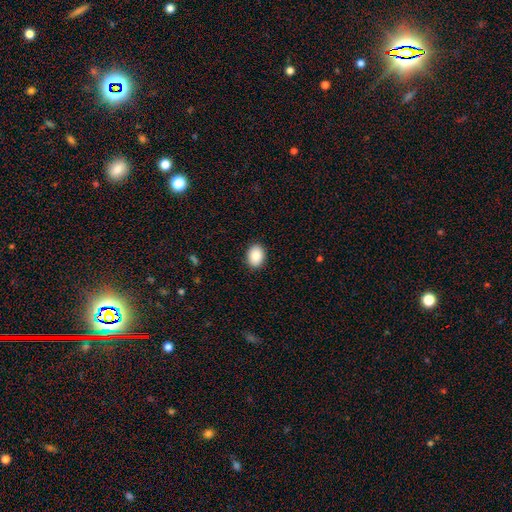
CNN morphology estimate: This appears to be a smooth galaxy with no disk features (87%) that is in between round and cigar-shaped (68%). Merging: none (91%).